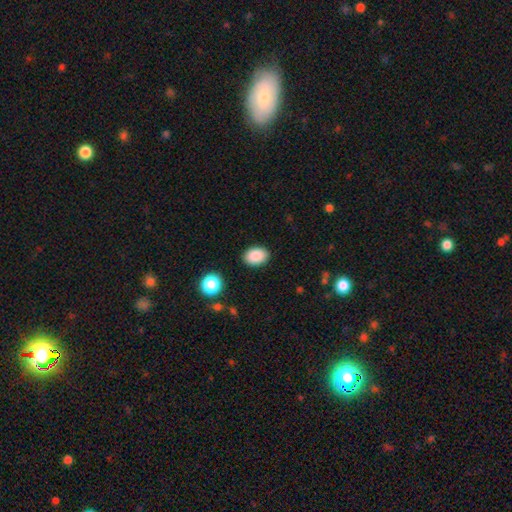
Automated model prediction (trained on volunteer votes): This appears to be a smooth galaxy with no disk features (88%) that is in between round and cigar-shaped (79%). Merging: none (88%).